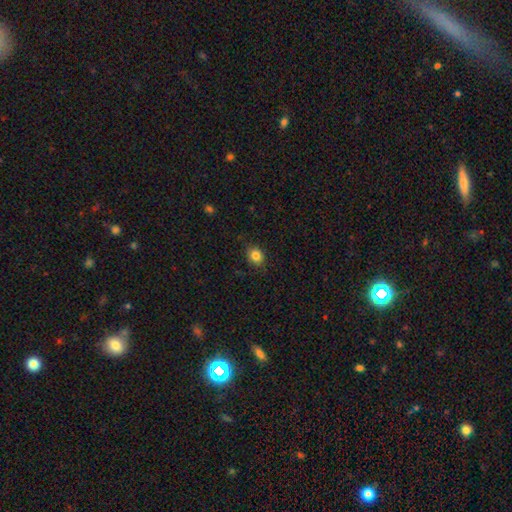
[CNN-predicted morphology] A smooth galaxy with no disk features (83%) that is round (64%). Merging: none (85%).